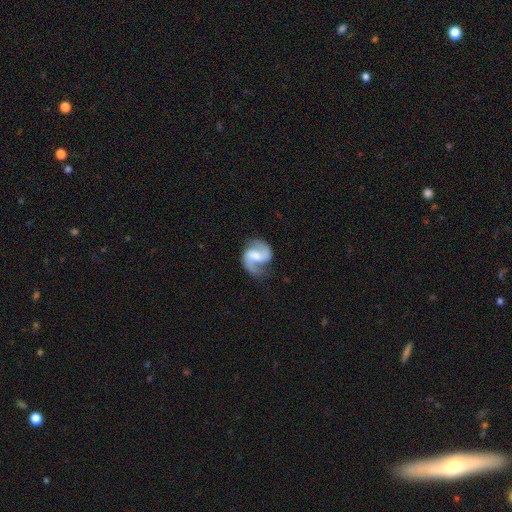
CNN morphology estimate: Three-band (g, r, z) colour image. It shows a featured or disk galaxy (86%) with a weak bar (49%), 2 (91%) medium (53%) spiral arms (97%) and a moderate central bulge (42%). Merging: none (73%).